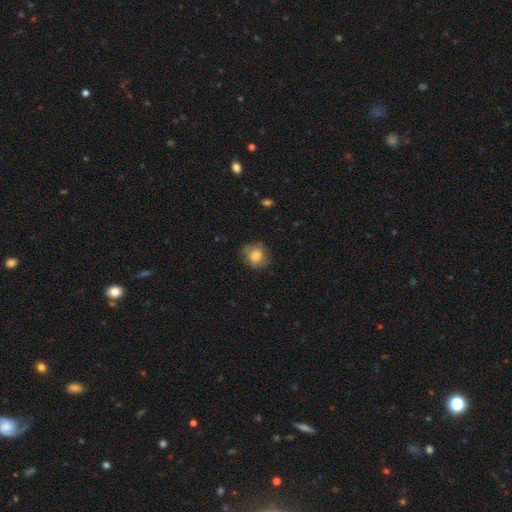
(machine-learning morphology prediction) This is likely a smooth galaxy (74%). How rounded: likely round (73%). Merging: likely none (65%).